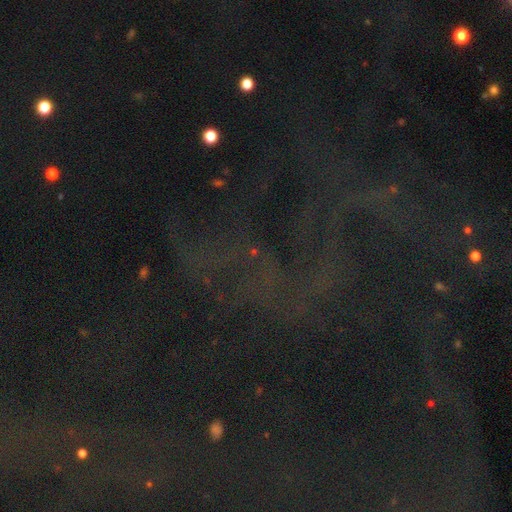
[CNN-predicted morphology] The model was most divided on "smooth or featured": star or artifact: 70%, featured or disk: 18%, smooth: 12%.